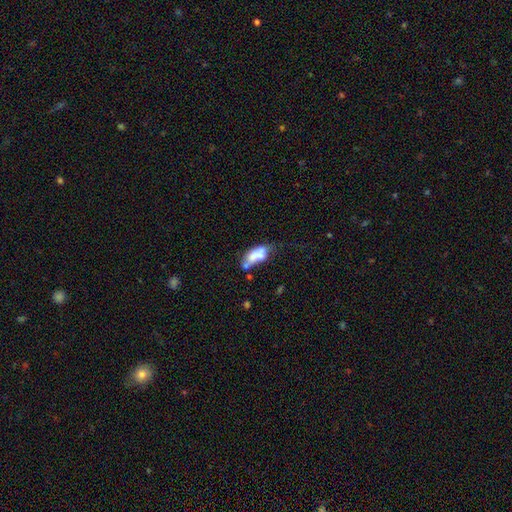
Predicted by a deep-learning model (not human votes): Smooth or featured: smooth — 56% (featured or disk — 34%)
How rounded: in between — 82% (cigar-shaped — 14%)
Merging: merger — 36% (none — 23%)